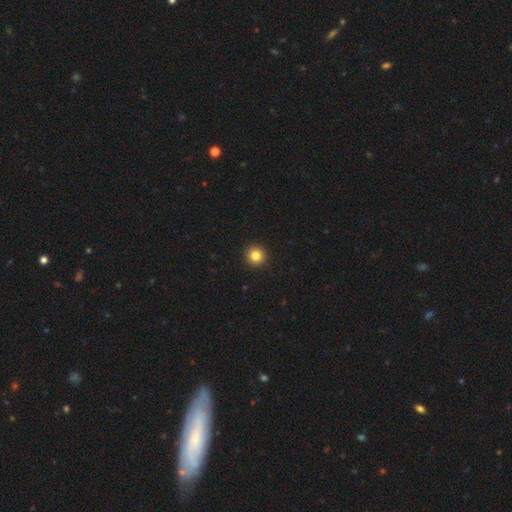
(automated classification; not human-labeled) smooth 83%, star or artifact 11%, featured or disk 6%. Down the decision tree: how rounded — round (96%); merging — none (94%).